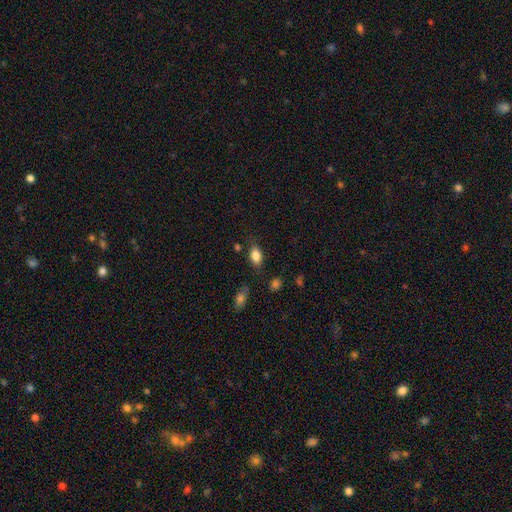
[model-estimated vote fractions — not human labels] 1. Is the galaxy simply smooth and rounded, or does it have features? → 83% smooth, 9% star or artifact, 8% featured or disk.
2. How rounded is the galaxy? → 86% in between, 10% round, 3% cigar-shaped.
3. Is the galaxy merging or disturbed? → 77% none, 16% minor disturbance, 4% major disturbance, 3% merger.